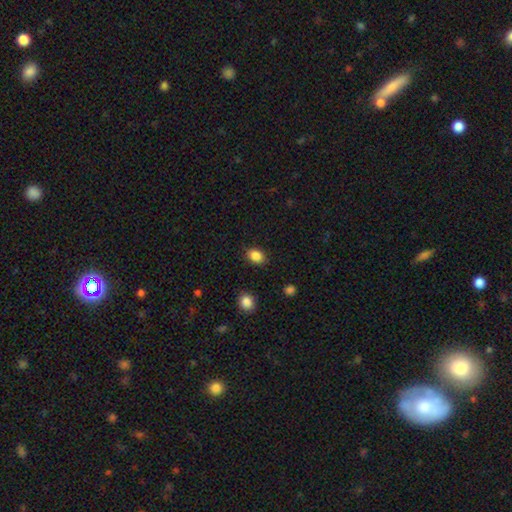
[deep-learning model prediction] Overall: smooth (87%). How rounded: in between (68%; round 31%). Merging: none (87%).